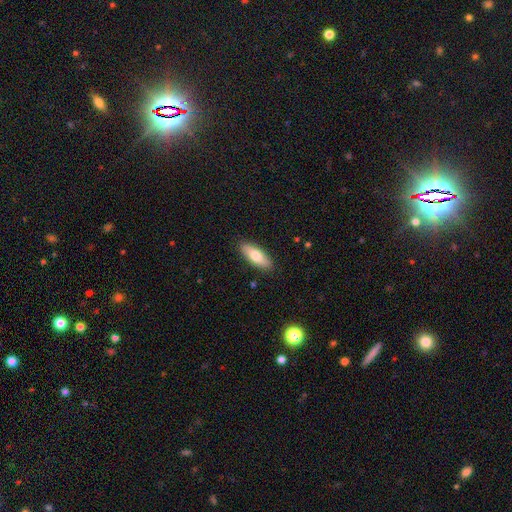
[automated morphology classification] Q: Smooth or featured?
A: smooth (73%); runner-up: featured or disk (21%)
Q: How rounded?
A: in between (67%); runner-up: cigar-shaped (31%)
Q: Merging?
A: none (89%); runner-up: minor disturbance (9%)